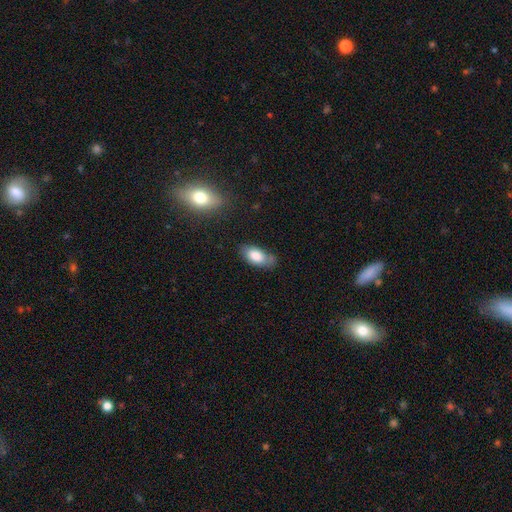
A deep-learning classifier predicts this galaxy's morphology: smooth-or-featured: smooth: 81% | featured or disk: 12% | star or artifact: 7%
  how-rounded: in between: 91% | cigar-shaped: 5% | round: 4%
  merging: none: 61% | minor disturbance: 28% | major disturbance: 7% | merger: 5%